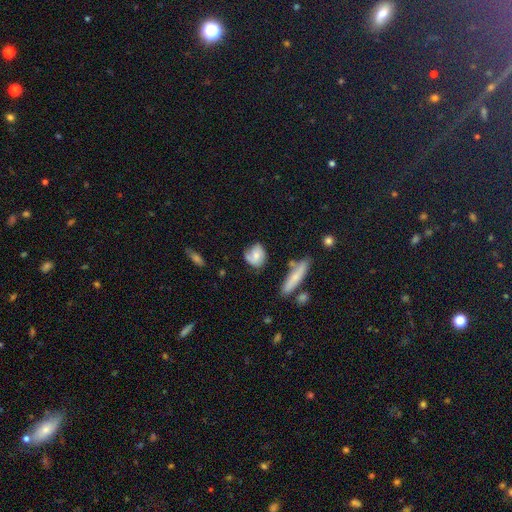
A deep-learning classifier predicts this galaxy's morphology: This appears to be a smooth galaxy with no disk features (54%) that is round (53%). Merging: none (57%).